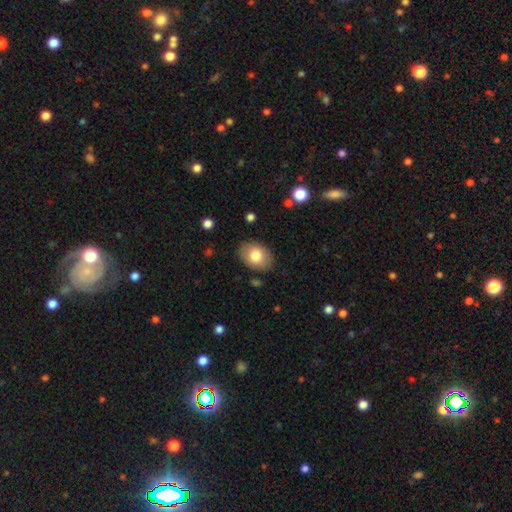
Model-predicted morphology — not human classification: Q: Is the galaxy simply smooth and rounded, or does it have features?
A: smooth — 79%.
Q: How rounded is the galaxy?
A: in between — 79%.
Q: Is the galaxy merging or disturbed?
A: none — 84%.